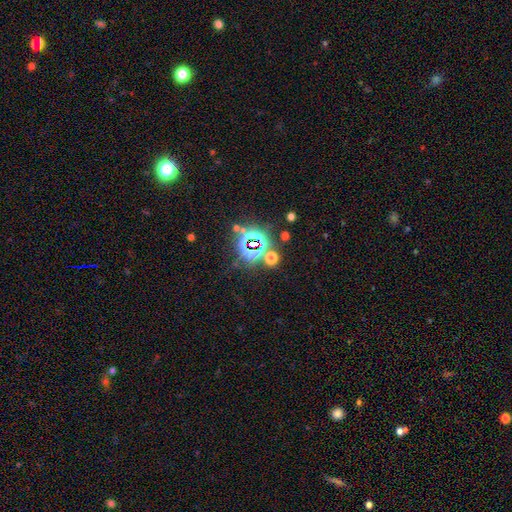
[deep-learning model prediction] Smooth or featured: star or artifact — 80% (smooth — 12%)